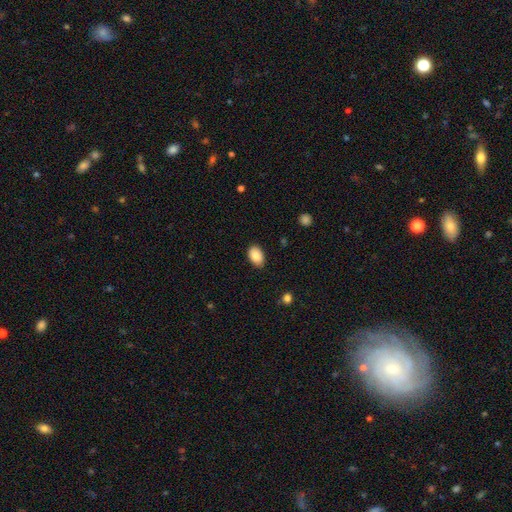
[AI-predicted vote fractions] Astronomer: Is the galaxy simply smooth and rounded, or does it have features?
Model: smooth — 89%.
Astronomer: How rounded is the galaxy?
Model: in between — 89%.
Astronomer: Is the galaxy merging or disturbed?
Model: none — 84%.